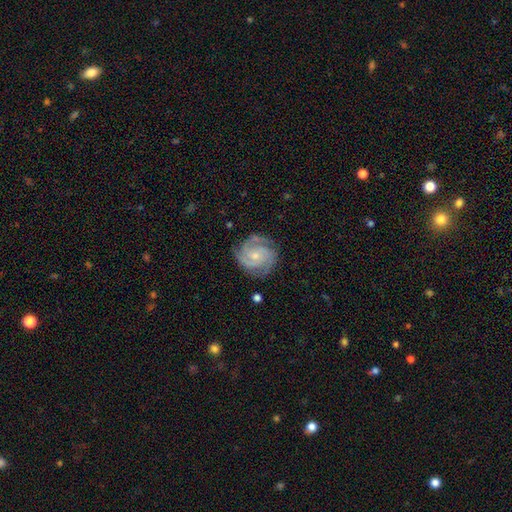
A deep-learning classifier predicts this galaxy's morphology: type=featured or disk (88%); edge-on=no (98%); bar=no (68%); spiral arms=yes (98%); winding=tight (64%); arm count=3 (50%); bulge=small (66%); merging=none (78%).